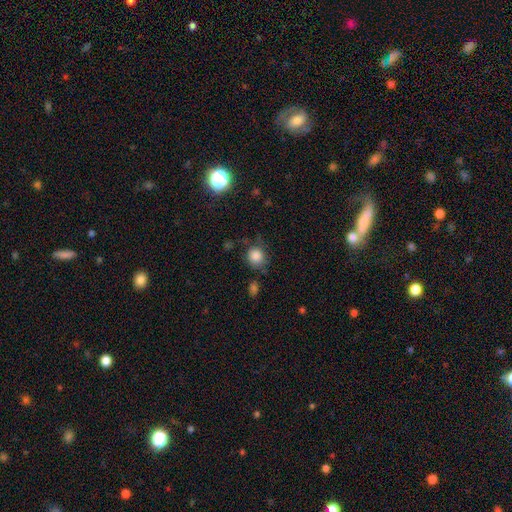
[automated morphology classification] Smooth or featured: smooth — 83% (star or artifact — 11%)
How rounded: round — 85% (in between — 14%)
Merging: none — 67% (minor disturbance — 20%)